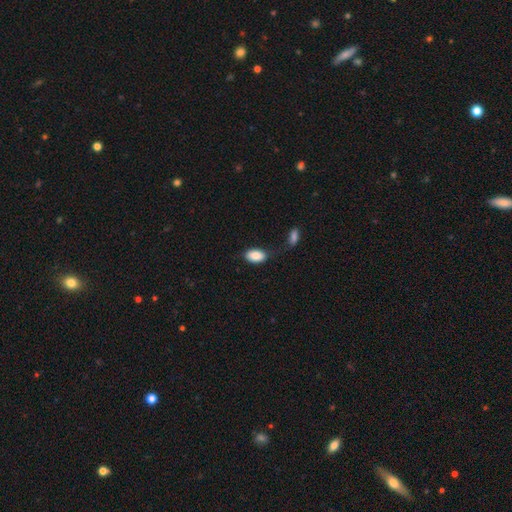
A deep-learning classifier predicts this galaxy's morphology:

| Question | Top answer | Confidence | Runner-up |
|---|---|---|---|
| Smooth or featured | smooth | 86% | star or artifact (7%) |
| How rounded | in between | 92% | round (6%) |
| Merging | none | 66% | minor disturbance (19%) |